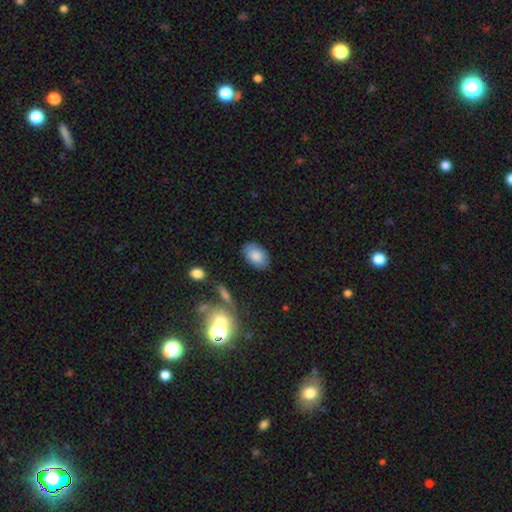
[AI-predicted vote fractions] Smooth or featured? smooth (82%)
How rounded? in between (91%)
Merging? none (83%)